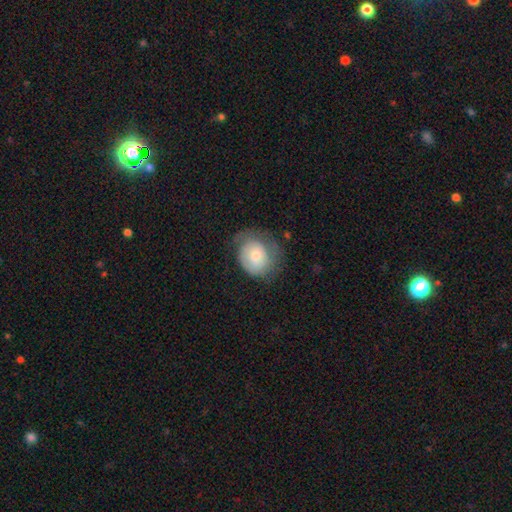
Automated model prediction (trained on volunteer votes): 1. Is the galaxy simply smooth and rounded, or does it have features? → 59% smooth, 34% featured or disk, 7% star or artifact.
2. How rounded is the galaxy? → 70% round, 29% in between, 1% cigar-shaped.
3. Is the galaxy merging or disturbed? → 50% none, 30% minor disturbance, 19% major disturbance, 1% merger.